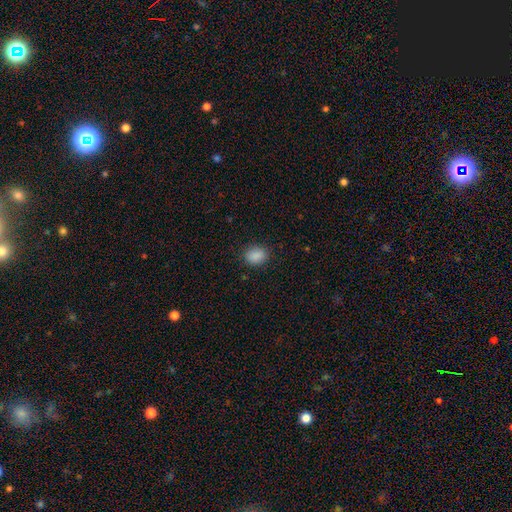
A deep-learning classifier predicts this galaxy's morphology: type=smooth (89%); roundness=in between (62%); merging=none (86%).